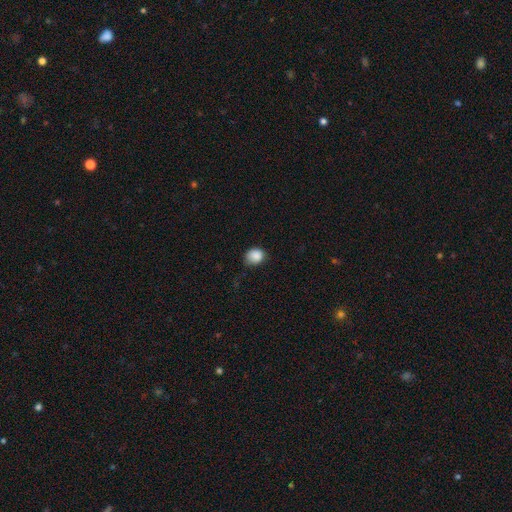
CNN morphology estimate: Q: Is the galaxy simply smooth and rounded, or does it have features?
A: smooth — 87%.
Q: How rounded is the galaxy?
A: round — 65%.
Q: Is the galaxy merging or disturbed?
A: none — 61%.